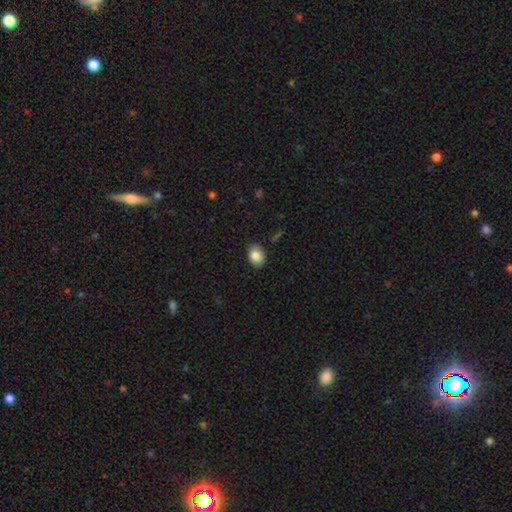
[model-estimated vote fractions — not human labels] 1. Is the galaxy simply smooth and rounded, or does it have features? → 85% smooth, 8% star or artifact, 7% featured or disk.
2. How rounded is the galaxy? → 71% in between, 28% round, 1% cigar-shaped.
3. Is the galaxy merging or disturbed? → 85% none, 11% minor disturbance, 2% major disturbance, 1% merger.